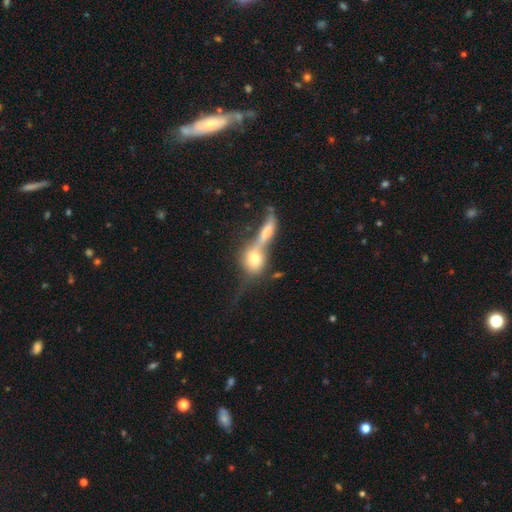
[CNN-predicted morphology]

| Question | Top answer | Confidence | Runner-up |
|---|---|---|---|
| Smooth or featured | smooth | 52% | featured or disk (36%) |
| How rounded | round | 55% | in between (31%) |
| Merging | merger | 70% | none (16%) |